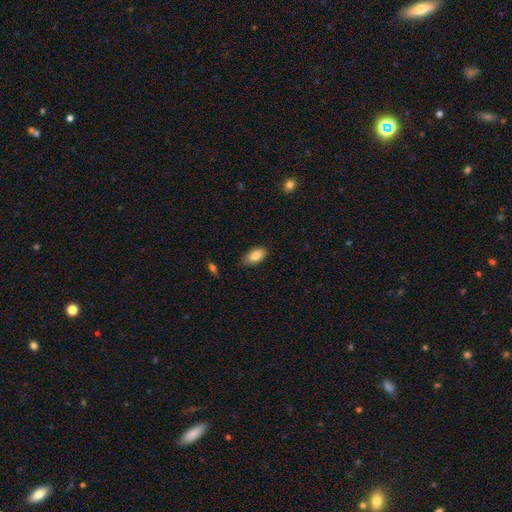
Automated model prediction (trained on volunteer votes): Smooth or featured? Predicted: smooth (p=0.87). How rounded? Predicted: in between (p=0.92). Merging? Predicted: none (p=0.79).